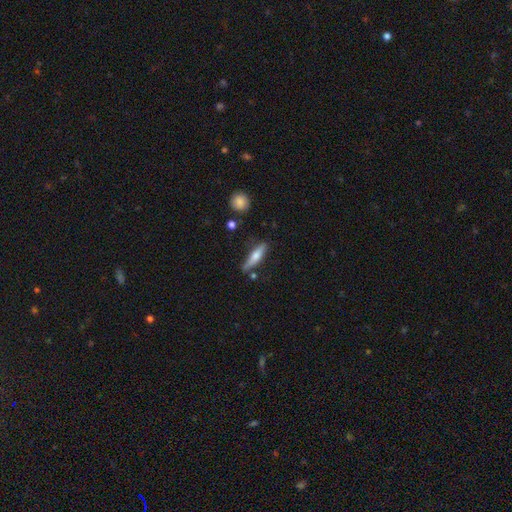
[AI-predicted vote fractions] Smooth or featured: smooth — 55% (featured or disk — 39%)
How rounded: cigar-shaped — 77% (in between — 21%)
Merging: none — 75% (minor disturbance — 16%)